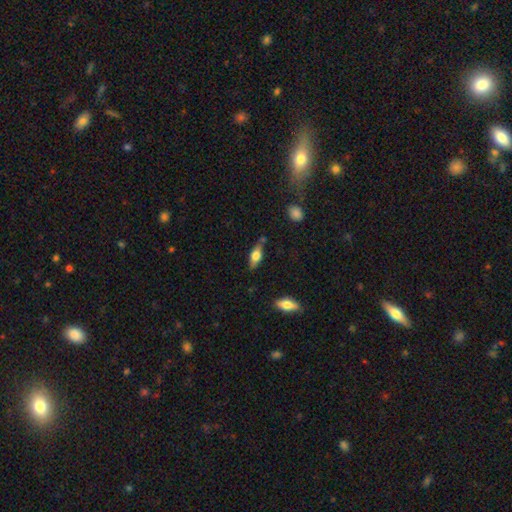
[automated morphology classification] This is possibly a smooth galaxy (51%). How rounded: likely in between (66%). Merging: likely none (73%).